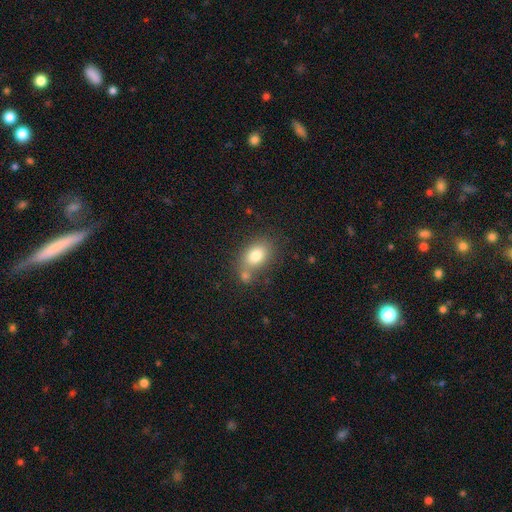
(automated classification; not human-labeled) Smooth or featured?
  - smooth: 79% *
  - featured or disk: 12%
  - star or artifact: 10%
How rounded?
  - in between: 76% *
  - round: 22%
  - cigar-shaped: 1%
Merging?
  - none: 58% *
  - merger: 23%
  - minor disturbance: 15%
  - major disturbance: 5%